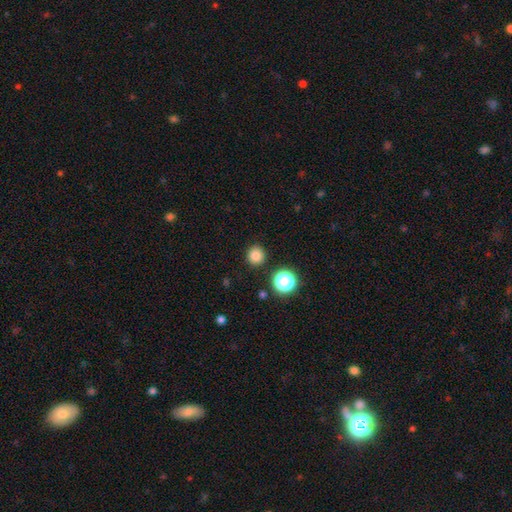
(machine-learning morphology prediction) This is clearly a smooth galaxy (82%). How rounded: clearly round (93%). Merging: clearly none (90%).